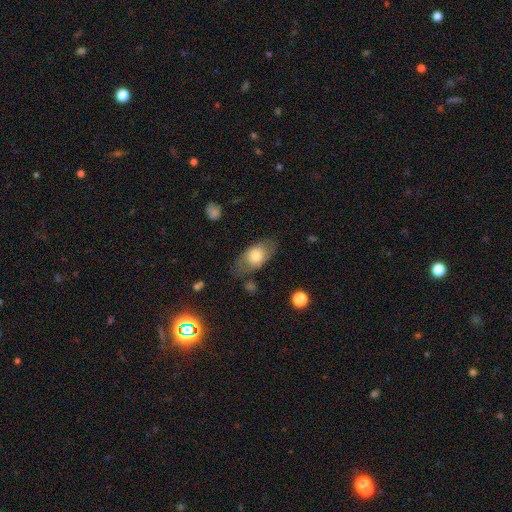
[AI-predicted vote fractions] A smooth galaxy with no disk features (67%) that is in between round and cigar-shaped (84%). Merging: none (69%).